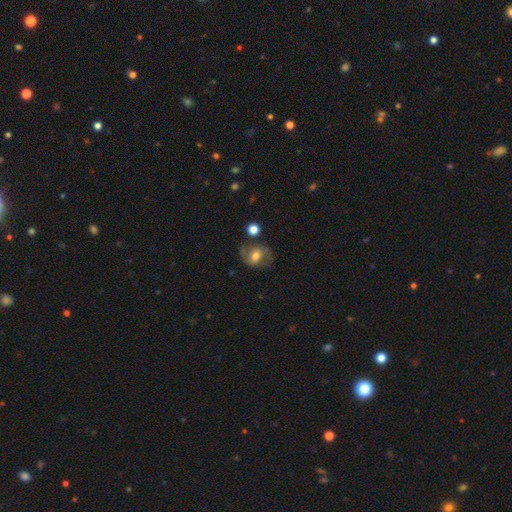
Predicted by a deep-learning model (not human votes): smooth_or_featured: featured or disk (p=0.57) [alt: smooth p=0.34]
disk_edge_on: no (p=0.96) [alt: yes p=0.04]
bar: weak (p=0.42) [alt: no p=0.35]
has_spiral_arms: yes (p=0.77) [alt: no p=0.23]
bulge_size: moderate (p=0.64) [alt: small p=0.20]
merging: none (p=0.68) [alt: minor disturbance p=0.17]